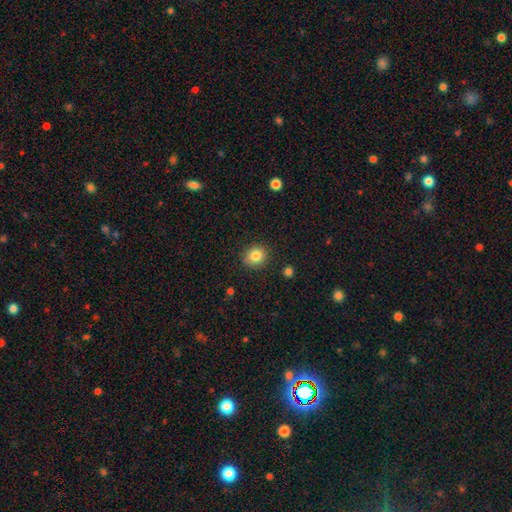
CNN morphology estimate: The model was most divided on "how rounded": round: 80%, in between: 19%, cigar-shaped: 1%. More confident: merging — none (87%); smooth or featured — smooth (83%).